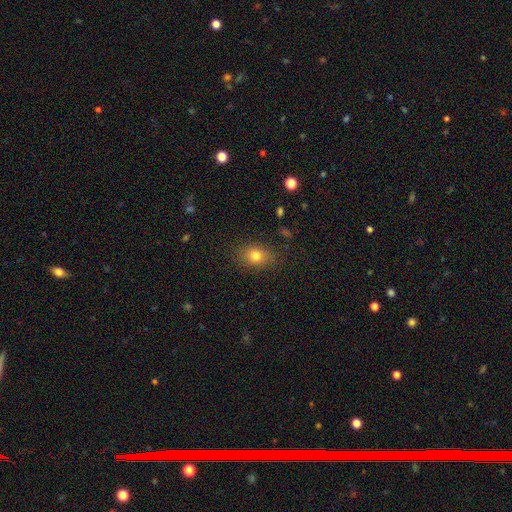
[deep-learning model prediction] Smooth or featured: smooth — 78% (star or artifact — 12%)
How rounded: in between — 56% (round — 42%)
Merging: none — 82% (minor disturbance — 13%)